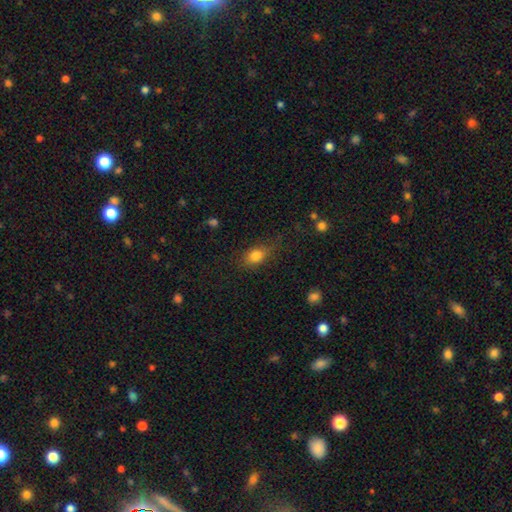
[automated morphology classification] Q: Smooth or featured?
A: smooth (81%); runner-up: star or artifact (10%)
Q: How rounded?
A: in between (70%); runner-up: round (26%)
Q: Merging?
A: none (68%); runner-up: minor disturbance (21%)